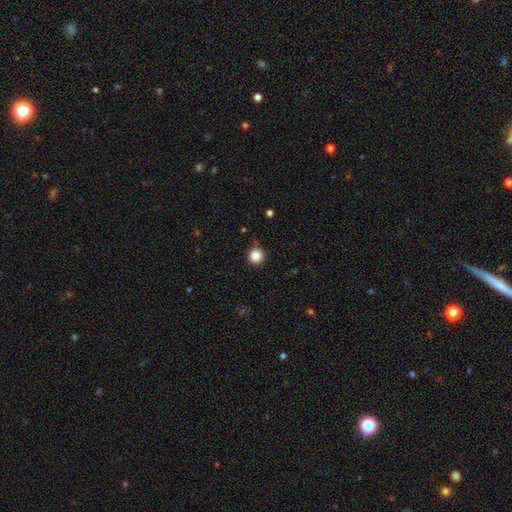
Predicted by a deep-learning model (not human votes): This appears to be a smooth galaxy with no disk features (85%) that is round (95%). Merging: none (77%).